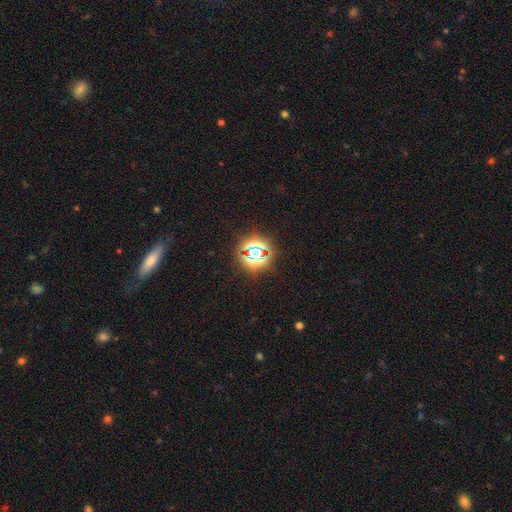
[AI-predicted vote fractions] The model was most divided on "smooth or featured": star or artifact: 68%, smooth: 22%, featured or disk: 10%.